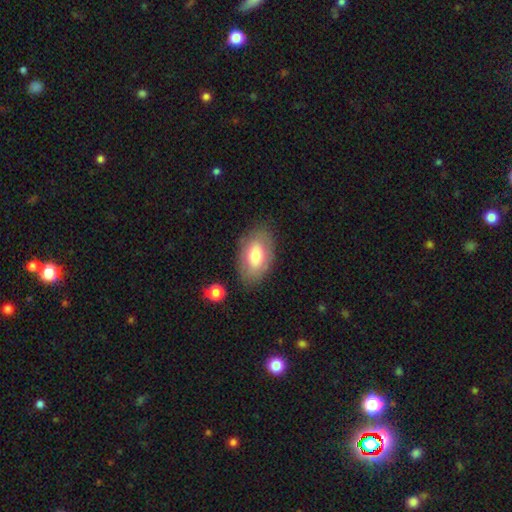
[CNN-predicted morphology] smooth-or-featured: smooth: 70% | featured or disk: 23% | star or artifact: 7%
  how-rounded: in between: 91% | round: 7% | cigar-shaped: 2%
  merging: none: 79% | minor disturbance: 14% | major disturbance: 4% | merger: 2%